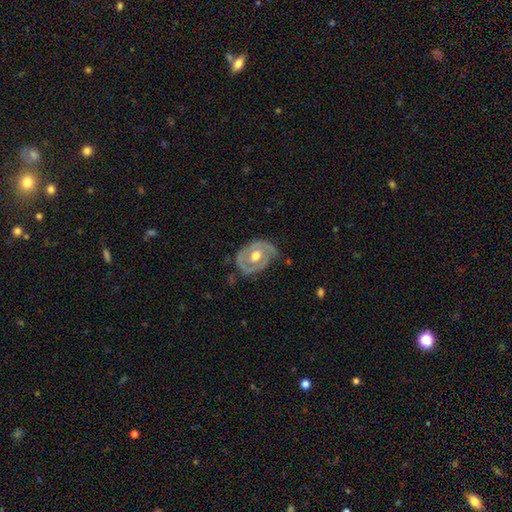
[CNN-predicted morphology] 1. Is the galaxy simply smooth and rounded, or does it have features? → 74% featured or disk, 21% smooth, 5% star or artifact.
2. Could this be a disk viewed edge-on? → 95% no, 5% yes.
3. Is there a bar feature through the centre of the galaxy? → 69% no, 24% weak, 6% strong.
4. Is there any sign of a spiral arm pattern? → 66% yes, 34% no.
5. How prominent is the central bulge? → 74% moderate, 17% large, 7% small, 1% dominant, 1% none.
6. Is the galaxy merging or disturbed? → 62% none, 27% minor disturbance, 10% major disturbance, 2% merger.